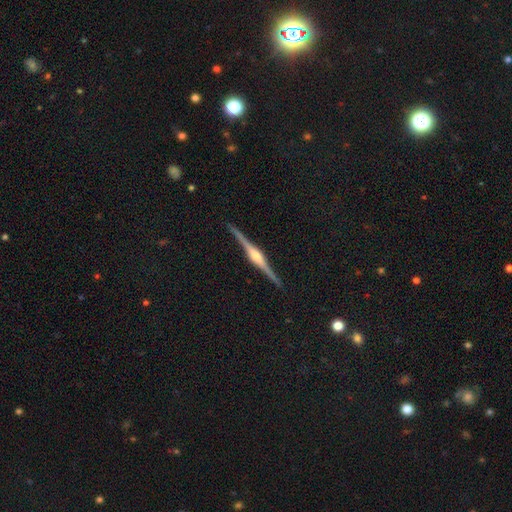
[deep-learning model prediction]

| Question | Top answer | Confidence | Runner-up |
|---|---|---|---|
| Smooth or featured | featured or disk | 88% | smooth (7%) |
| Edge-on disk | yes | 99% | no (1%) |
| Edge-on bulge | rounded | 82% | boxy (14%) |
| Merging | none | 92% | minor disturbance (6%) |